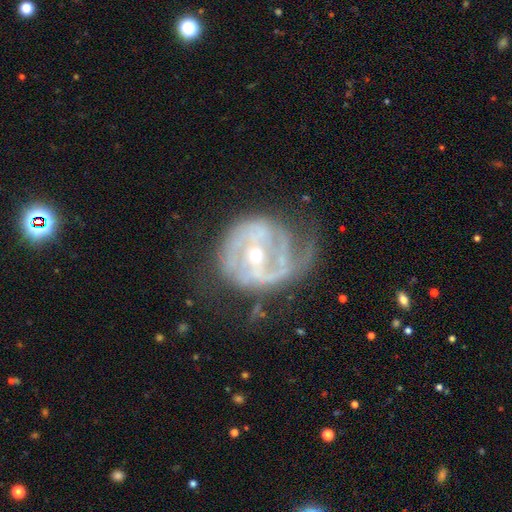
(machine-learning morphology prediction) Smooth or featured? featured or disk (86%)
Edge-on disk? no (97%)
Bar? no (41%)
Spiral arms? yes (89%)
Spiral winding? medium (41%)
Spiral arm count? 2 (48%)
Bulge size? small (60%)
Merging? none (39%)